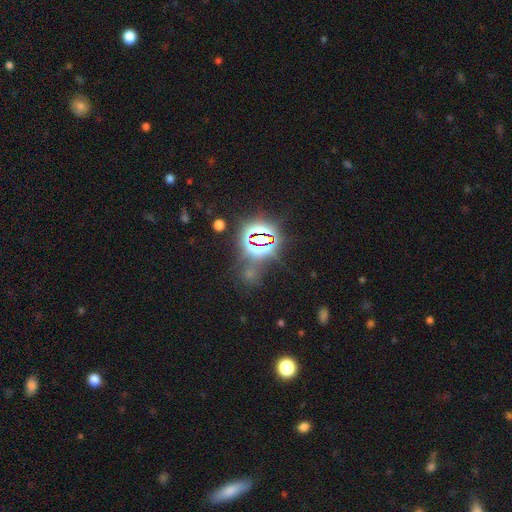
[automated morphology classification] This is likely a star or artifact rather than a galaxy (80%).